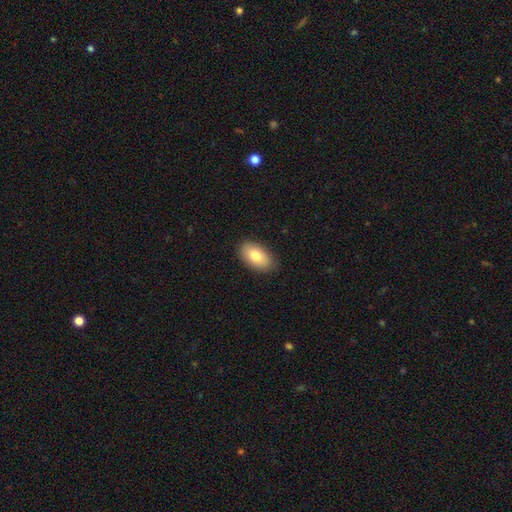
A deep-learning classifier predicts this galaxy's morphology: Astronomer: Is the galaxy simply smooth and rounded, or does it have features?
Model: smooth — 79%.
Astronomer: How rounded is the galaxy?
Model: in between — 93%.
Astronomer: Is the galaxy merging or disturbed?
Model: none — 87%.